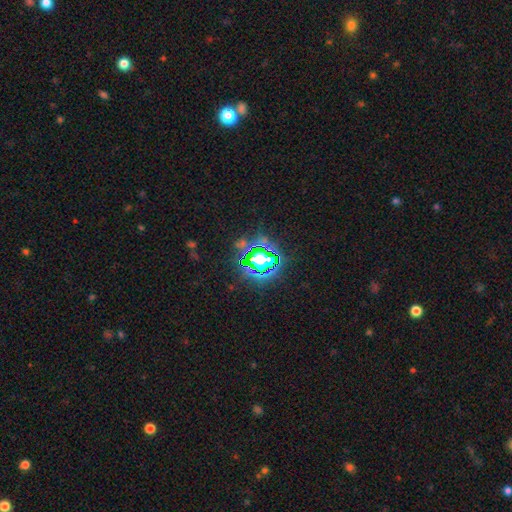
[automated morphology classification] Smooth or featured?
  - star or artifact: 82% *
  - smooth: 11%
  - featured or disk: 6%